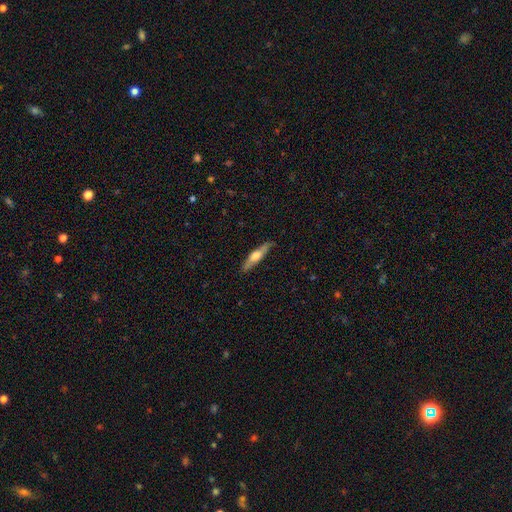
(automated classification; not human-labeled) Morphology: type=featured or disk (53%); edge-on=yes (92%); merging=none (85%).